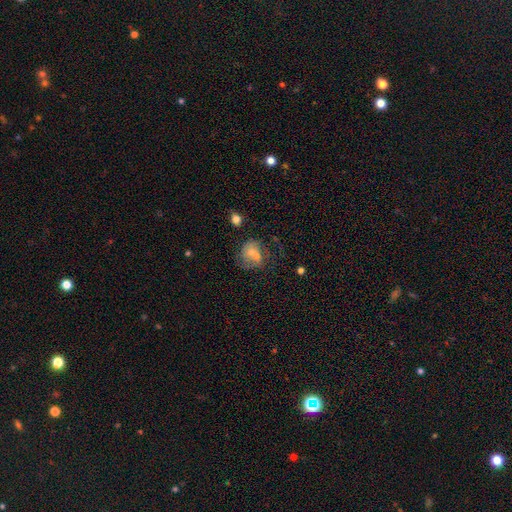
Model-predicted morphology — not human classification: Smooth or featured?
  - featured or disk: 46% *
  - smooth: 38%
  - star or artifact: 17%
Merging?
  - none: 48% *
  - minor disturbance: 20%
  - major disturbance: 18%
  - merger: 14%